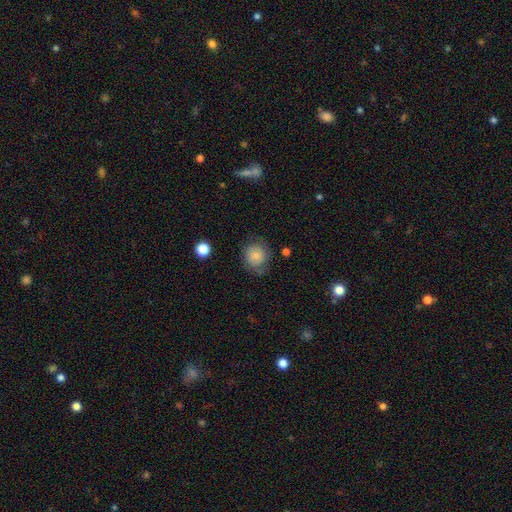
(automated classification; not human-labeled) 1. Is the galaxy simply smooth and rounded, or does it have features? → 81% smooth, 10% featured or disk, 9% star or artifact.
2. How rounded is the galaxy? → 84% round, 15% in between, 1% cigar-shaped.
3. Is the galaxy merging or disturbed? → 72% none, 19% minor disturbance, 7% major disturbance, 2% merger.